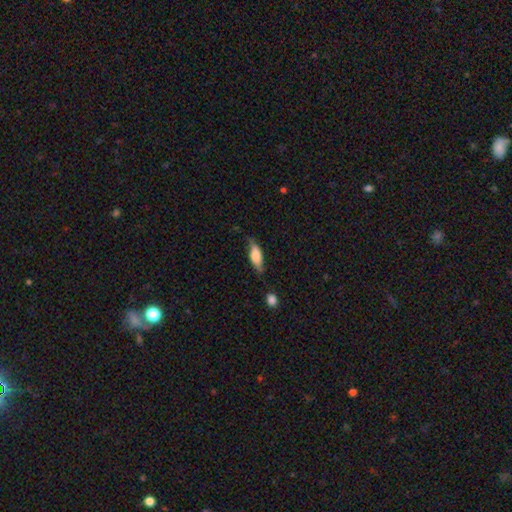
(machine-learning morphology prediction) Overall: smooth (63%; featured or disk 30%). How rounded: in between (65%; cigar-shaped 31%). Merging: none (61%; minor disturbance 28%).